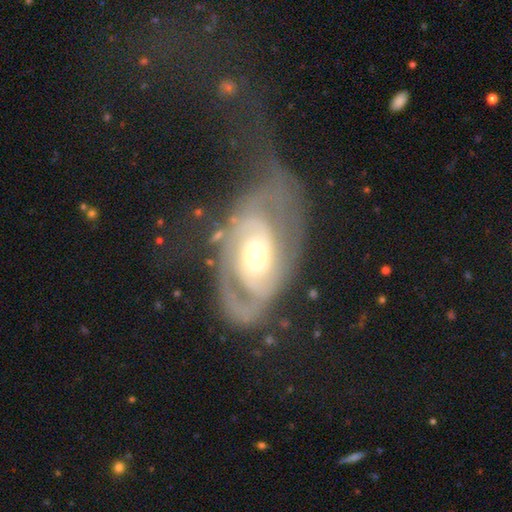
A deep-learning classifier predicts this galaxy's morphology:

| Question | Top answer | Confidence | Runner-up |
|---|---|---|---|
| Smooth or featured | featured or disk | 85% | smooth (10%) |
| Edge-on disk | no | 96% | yes (4%) |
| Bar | no | 63% | weak (27%) |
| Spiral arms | yes | 92% | no (8%) |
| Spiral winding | tight | 49% | medium (36%) |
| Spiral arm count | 2 | 64% | can't tell (17%) |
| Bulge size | small | 47% | moderate (45%) |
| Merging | none | 44% | major disturbance (30%) |